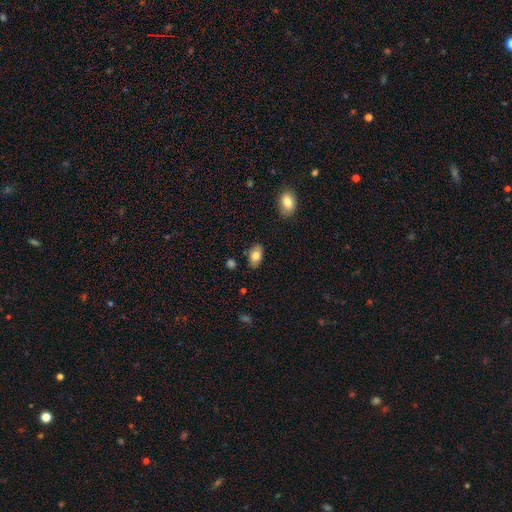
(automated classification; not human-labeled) Smooth or featured? smooth (78%)
How rounded? in between (91%)
Merging? none (85%)